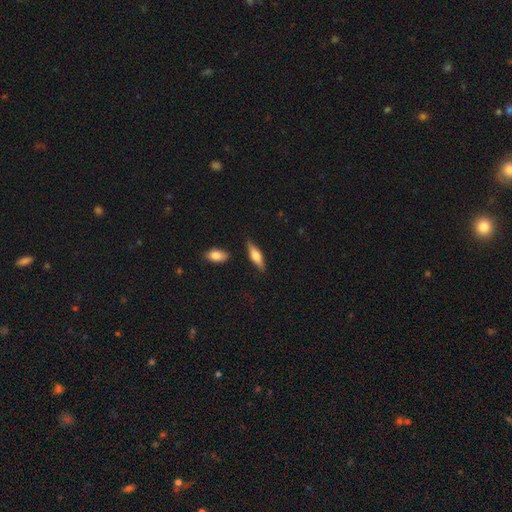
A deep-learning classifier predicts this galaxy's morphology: Smooth or featured? Predicted: smooth (p=0.53). How rounded? Predicted: cigar-shaped (p=0.54). Merging? Predicted: none (p=0.83).